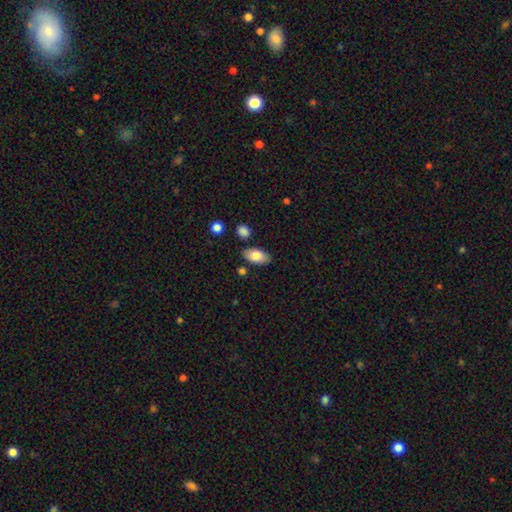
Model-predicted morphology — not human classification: smooth-or-featured: smooth: 79% | featured or disk: 14% | star or artifact: 7%
  how-rounded: in between: 93% | round: 4% | cigar-shaped: 3%
  merging: none: 80% | minor disturbance: 13% | merger: 4% | major disturbance: 3%